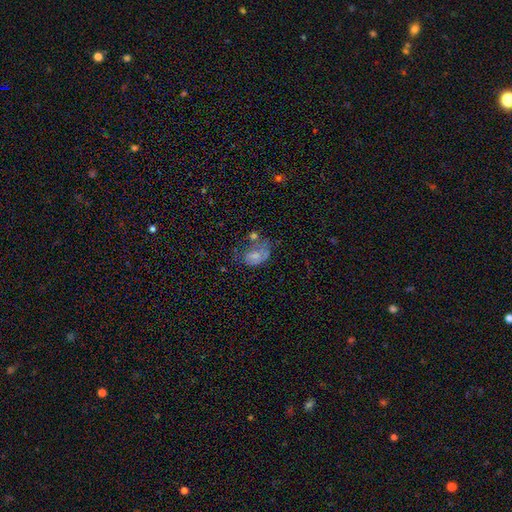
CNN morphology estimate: smooth-or-featured: smooth: 57% | featured or disk: 31% | star or artifact: 12%
  how-rounded: in between: 77% | round: 21% | cigar-shaped: 1%
  merging: major disturbance: 32% | minor disturbance: 26% | none: 26% | merger: 16%